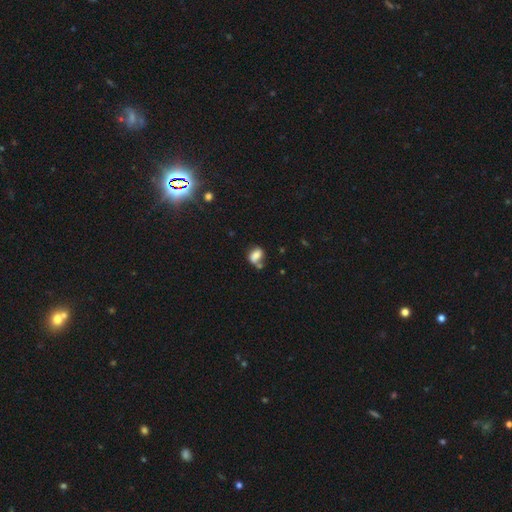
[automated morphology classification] Smooth or featured: smooth — 74% (featured or disk — 14%)
How rounded: in between — 74% (round — 24%)
Merging: none — 40% (merger — 31%)